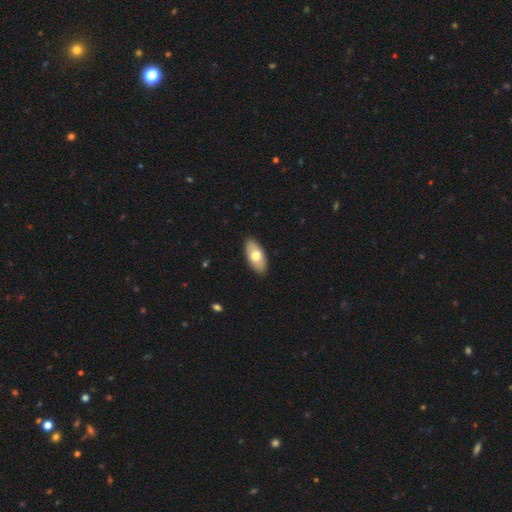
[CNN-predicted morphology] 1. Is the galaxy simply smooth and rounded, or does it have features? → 68% smooth, 27% featured or disk, 5% star or artifact.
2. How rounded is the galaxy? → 90% in between, 7% cigar-shaped, 3% round.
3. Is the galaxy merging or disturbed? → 90% none, 8% minor disturbance, 2% major disturbance, 1% merger.